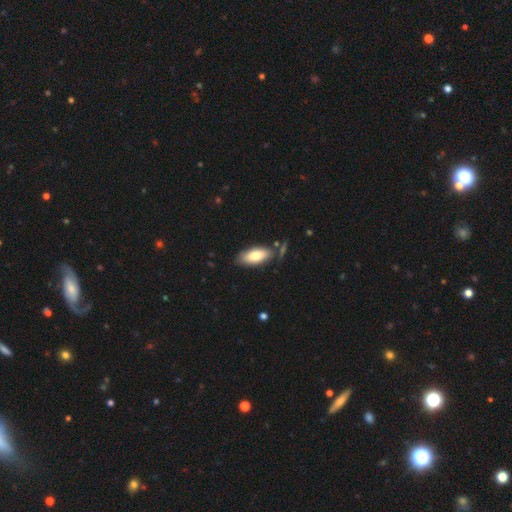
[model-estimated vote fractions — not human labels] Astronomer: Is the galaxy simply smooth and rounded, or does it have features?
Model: smooth — 79%.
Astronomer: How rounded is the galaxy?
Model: in between — 84%.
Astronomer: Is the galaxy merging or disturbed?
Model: none — 76%.